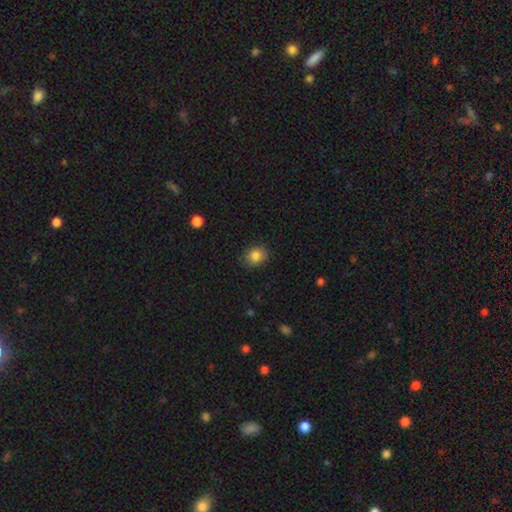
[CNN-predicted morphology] Smooth or featured: smooth — 84% (star or artifact — 10%)
How rounded: round — 52% (in between — 47%)
Merging: none — 87% (minor disturbance — 10%)